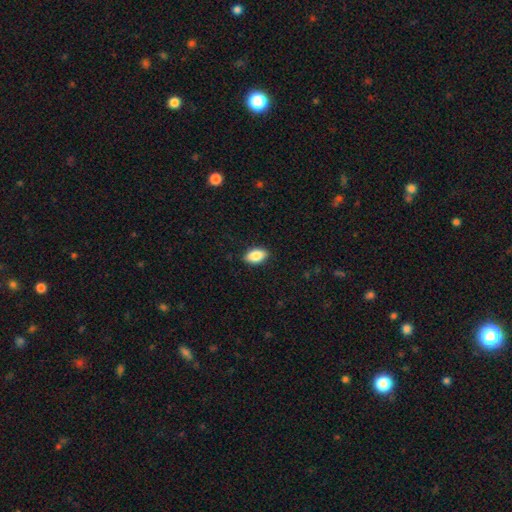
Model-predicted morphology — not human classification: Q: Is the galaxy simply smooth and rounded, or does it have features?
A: smooth — 87%.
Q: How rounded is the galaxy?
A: in between — 92%.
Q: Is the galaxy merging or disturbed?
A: none — 88%.